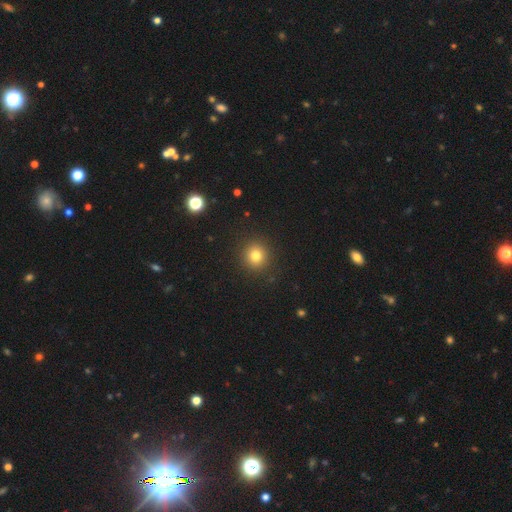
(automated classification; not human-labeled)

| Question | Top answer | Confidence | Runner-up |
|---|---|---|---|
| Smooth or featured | smooth | 79% | star or artifact (14%) |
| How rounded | round | 92% | in between (7%) |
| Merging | none | 91% | minor disturbance (6%) |